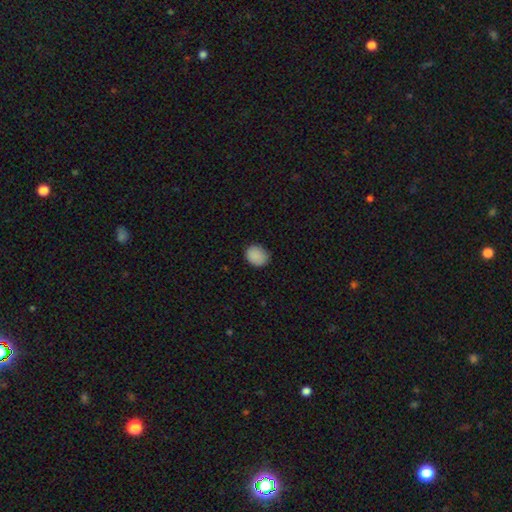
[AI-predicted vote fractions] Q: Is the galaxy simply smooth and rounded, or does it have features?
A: smooth — 88%.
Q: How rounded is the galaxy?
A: round — 62%.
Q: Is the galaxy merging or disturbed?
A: none — 81%.